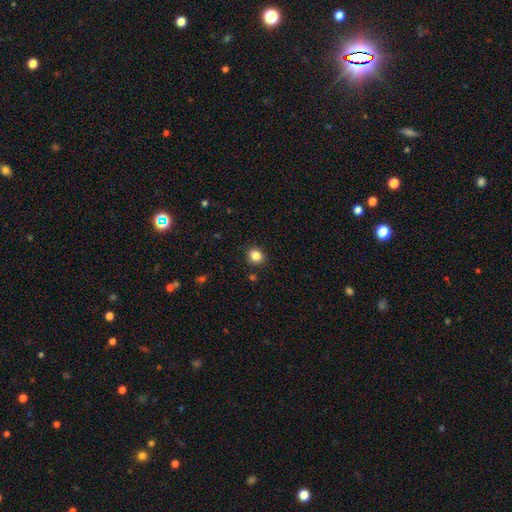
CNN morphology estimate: A smooth galaxy with no disk features (85%) that is round (68%). Merging: none (88%).